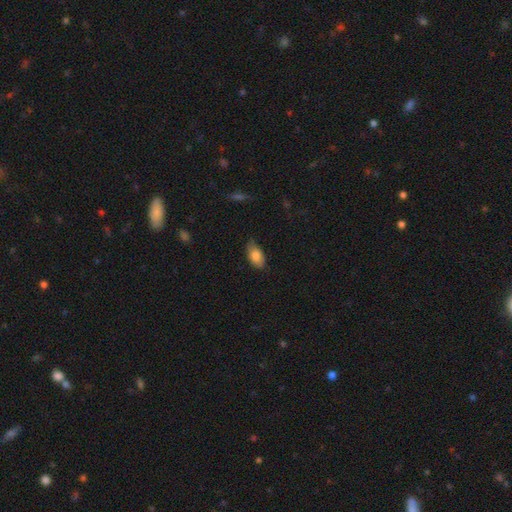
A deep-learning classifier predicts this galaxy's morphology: smooth_or_featured: smooth (p=0.81) [alt: featured or disk p=0.12]
how_rounded: in between (p=0.92) [alt: round p=0.04]
merging: none (p=0.72) [alt: minor disturbance p=0.24]